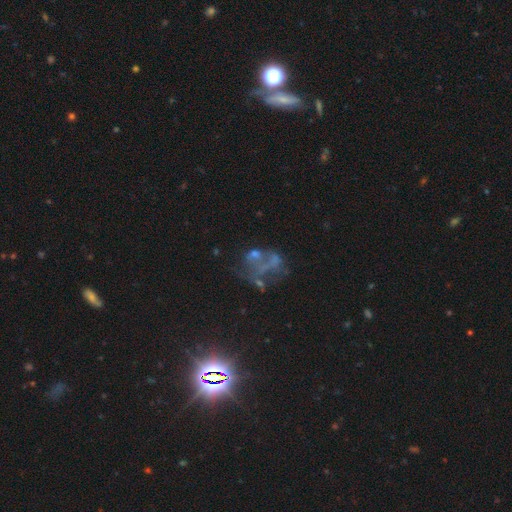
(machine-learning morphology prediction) This is possibly a featured or disk galaxy (48%). Merging: marginally major disturbance (33%, tied with none).